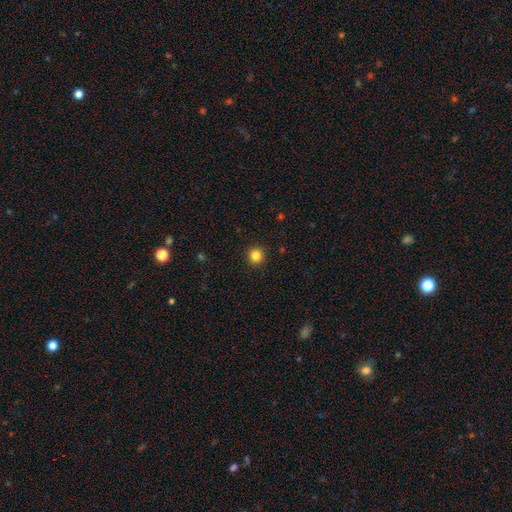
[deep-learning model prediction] smooth_or_featured: smooth (p=0.84) [alt: star or artifact p=0.12]
how_rounded: round (p=0.94) [alt: in between p=0.05]
merging: none (p=0.93) [alt: minor disturbance p=0.05]